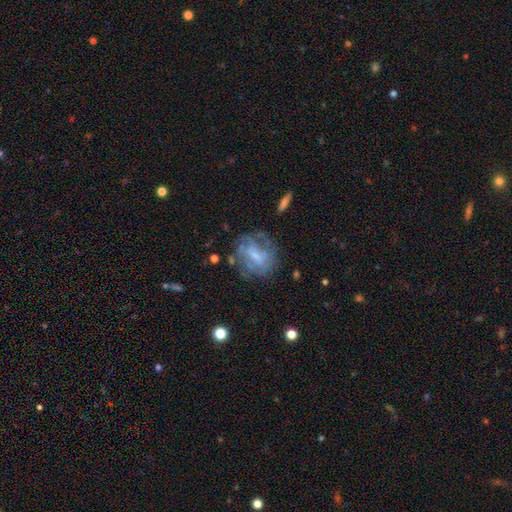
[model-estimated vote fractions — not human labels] Smooth or featured? Predicted: featured or disk (p=0.66). Edge-on disk? Predicted: no (p=0.96). Bar? Predicted: weak (p=0.47). Spiral arms? Predicted: yes (p=0.62). Bulge size? Predicted: small (p=0.52). Merging? Predicted: none (p=0.62).